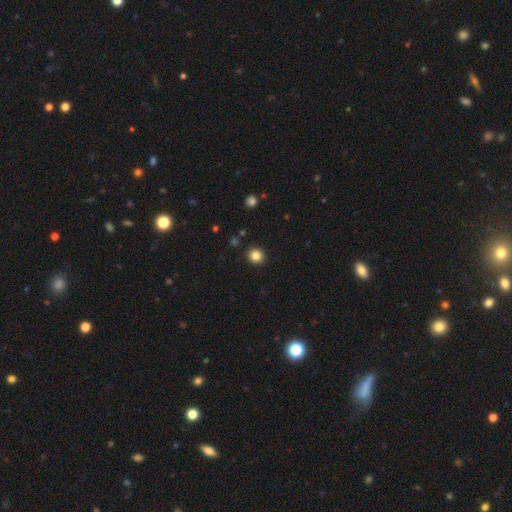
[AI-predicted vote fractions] Smooth or featured? smooth (84%)
How rounded? round (88%)
Merging? none (91%)